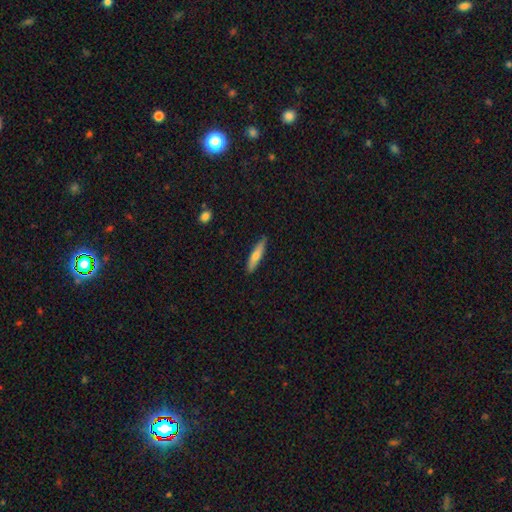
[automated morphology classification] This is likely a smooth galaxy (63%). How rounded: clearly cigar-shaped (85%). Merging: clearly none (88%).